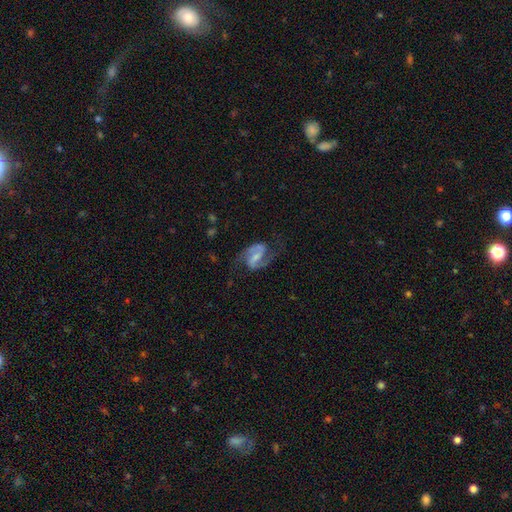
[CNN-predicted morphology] Smooth or featured? featured or disk (87%)
Edge-on disk? no (98%)
Bar? weak (44%)
Spiral arms? yes (96%)
Spiral winding? medium (55%)
Spiral arm count? 2 (93%)
Bulge size? small (44%)
Merging? none (71%)